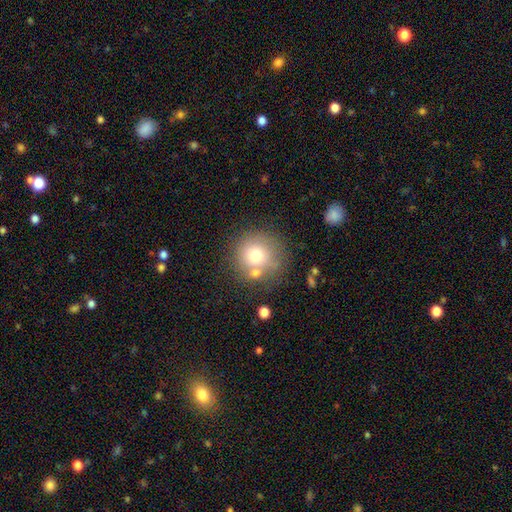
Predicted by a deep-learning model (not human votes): A smooth galaxy with no disk features (71%) that is round (92%).

Vote fractions:
- Smooth or featured? smooth: 71% / featured or disk: 16% / star or artifact: 12%
- How rounded? round: 92% / in between: 7% / cigar-shaped: 1%
- Merging? none: 68% / minor disturbance: 13% / merger: 13% / major disturbance: 6%